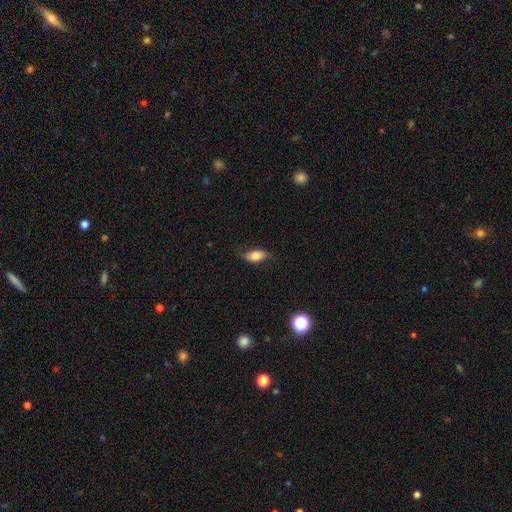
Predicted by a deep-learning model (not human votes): smooth-or-featured: smooth: 73% | featured or disk: 19% | star or artifact: 8%
  how-rounded: in between: 89% | round: 6% | cigar-shaped: 6%
  merging: none: 68% | minor disturbance: 24% | major disturbance: 7% | merger: 1%